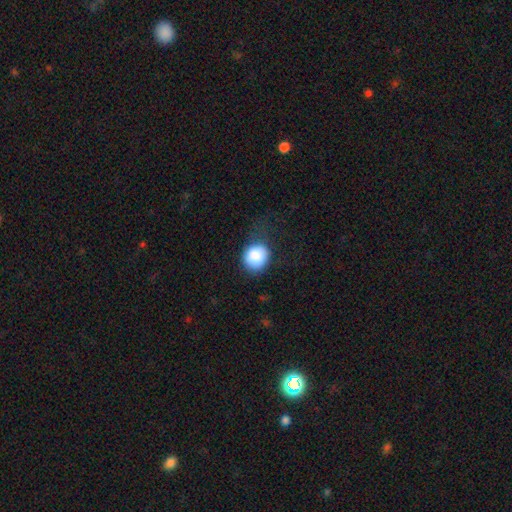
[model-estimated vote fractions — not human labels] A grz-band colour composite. It shows a smooth galaxy with no disk features (87%) that is round (74%). Merging: none (64%).